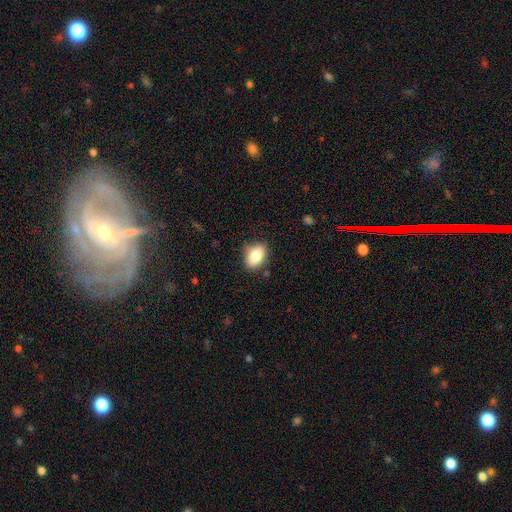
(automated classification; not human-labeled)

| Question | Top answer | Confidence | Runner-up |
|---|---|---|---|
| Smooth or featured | smooth | 83% | featured or disk (9%) |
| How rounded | in between | 80% | round (18%) |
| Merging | none | 80% | minor disturbance (15%) |